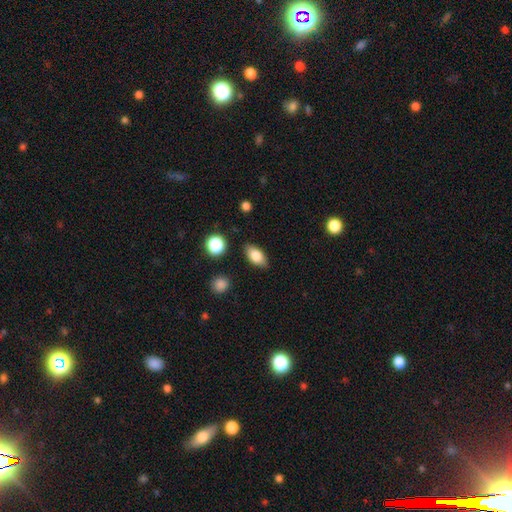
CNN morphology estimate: This appears to be a smooth galaxy with no disk features (81%) that is in between round and cigar-shaped (89%). Merging: none (86%).